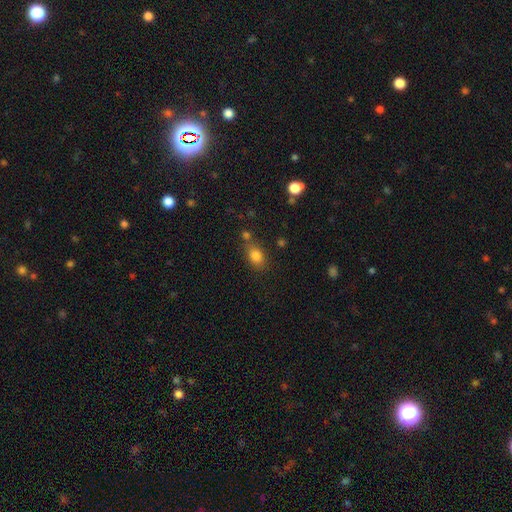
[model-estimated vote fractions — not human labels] A smooth galaxy with no disk features (82%) that is in between round and cigar-shaped (70%).

Vote fractions:
- Smooth or featured? smooth: 82% / star or artifact: 11% / featured or disk: 7%
- How rounded? in between: 70% / round: 28% / cigar-shaped: 2%
- Merging? none: 66% / minor disturbance: 15% / merger: 14% / major disturbance: 5%